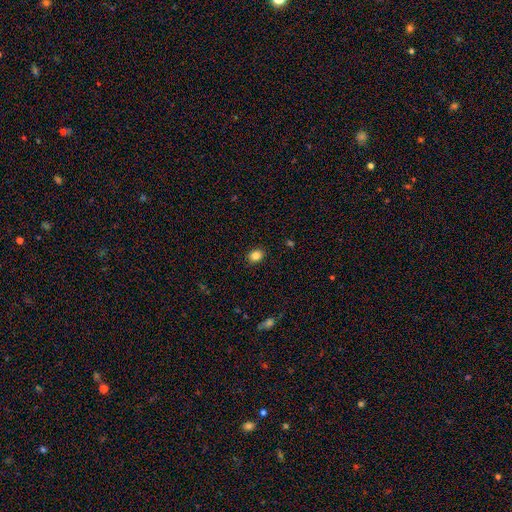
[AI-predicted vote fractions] Overall: smooth (85%). How rounded: round (55%; in between 45%). Merging: none (90%).